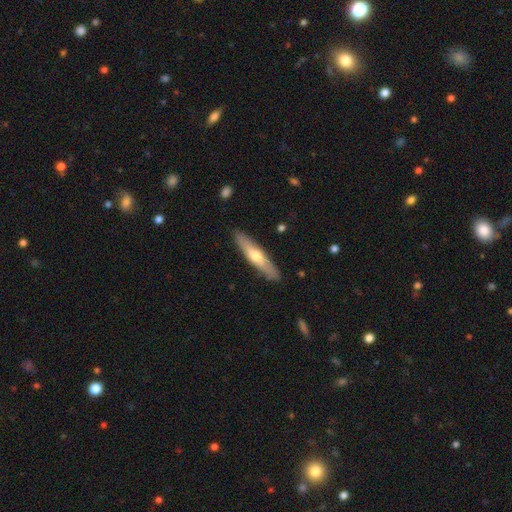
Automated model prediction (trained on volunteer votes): Smooth or featured? Predicted: smooth (p=0.51). How rounded? Predicted: cigar-shaped (p=0.83). Merging? Predicted: none (p=0.88).